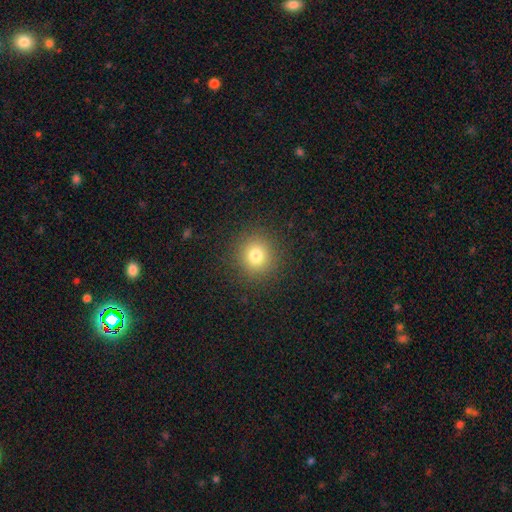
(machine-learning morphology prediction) This appears to be a smooth galaxy with no disk features (78%) that is round (92%). Merging: none (90%).